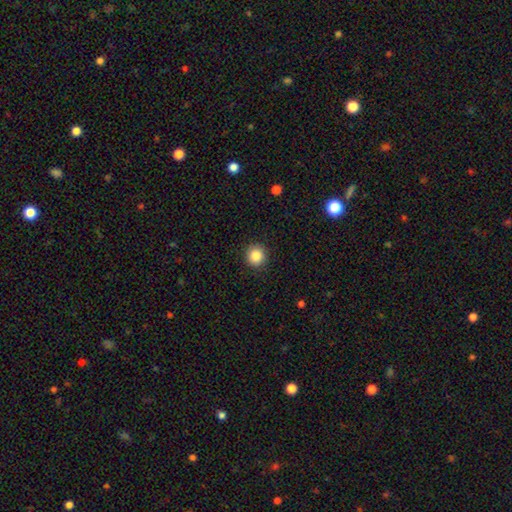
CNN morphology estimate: Q: Smooth or featured?
A: smooth (87%); runner-up: star or artifact (10%)
Q: How rounded?
A: round (91%); runner-up: in between (8%)
Q: Merging?
A: none (91%); runner-up: minor disturbance (6%)